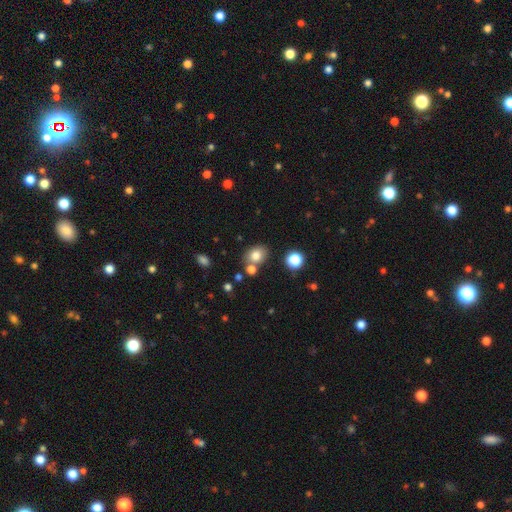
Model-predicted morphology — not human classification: Smooth or featured: smooth — 79% (star or artifact — 12%)
How rounded: in between — 50% (round — 49%)
Merging: none — 68% (merger — 15%)